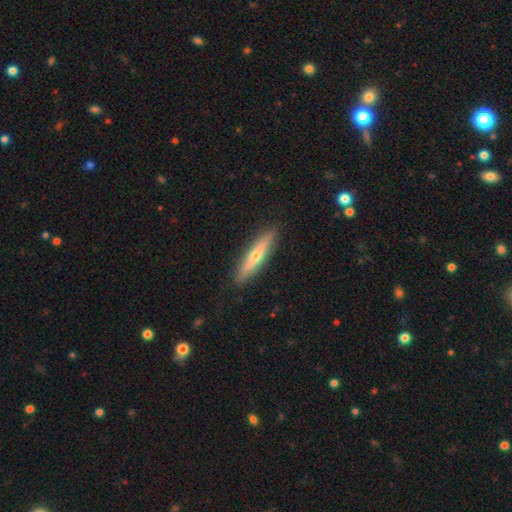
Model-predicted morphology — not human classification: A featured or disk galaxy (55%) viewed edge-on (92%) with a rounded central bulge (87%). Merging: none (90%).